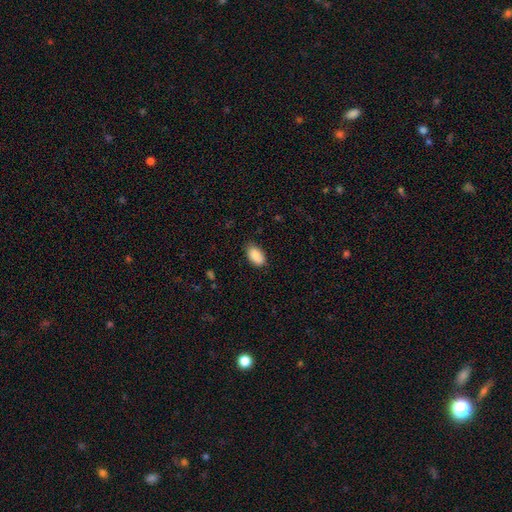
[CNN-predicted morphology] Smooth or featured? Predicted: smooth (p=0.89). How rounded? Predicted: in between (p=0.94). Merging? Predicted: none (p=0.80).